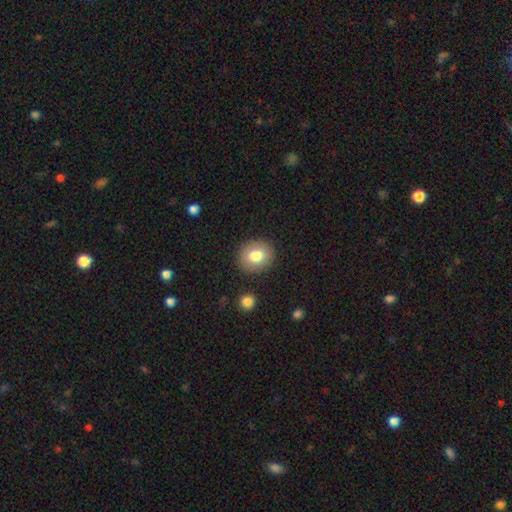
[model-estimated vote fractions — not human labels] smooth 79%, featured or disk 12%, star or artifact 9%. Down the decision tree: how rounded — round (74%); merging — none (87%).